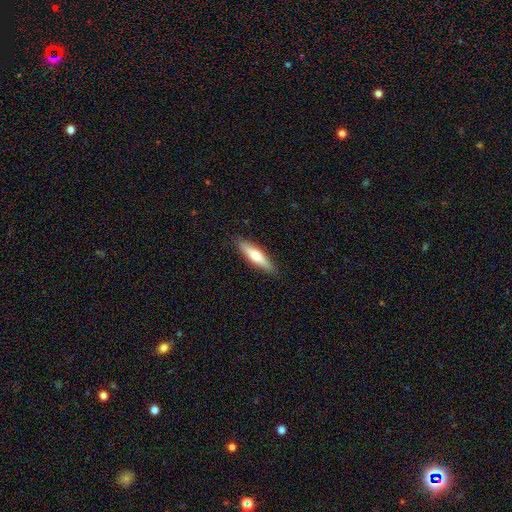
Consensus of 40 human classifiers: A smooth galaxy with no disk features (70%) that is cigar-shaped (64%). Merging: none (79%).